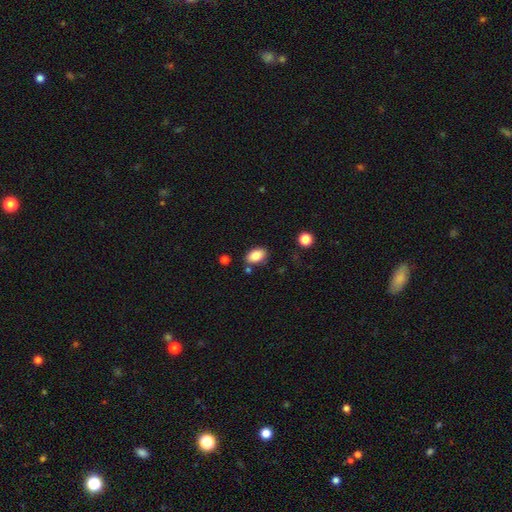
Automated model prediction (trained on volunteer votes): Overall: smooth (85%). How rounded: in between (89%). Merging: none (80%).